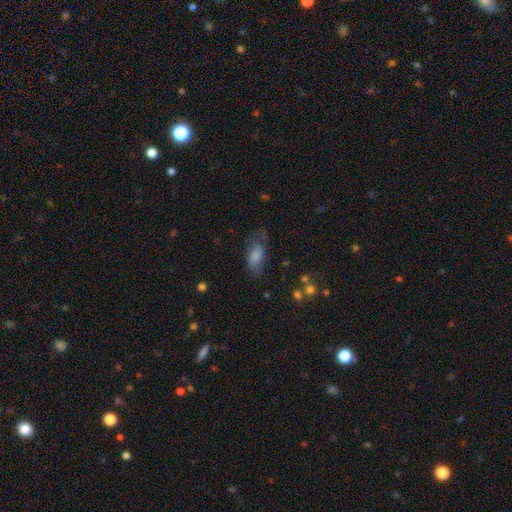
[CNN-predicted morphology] smooth-or-featured: smooth: 76% | featured or disk: 16% | star or artifact: 8%
  how-rounded: in between: 88% | cigar-shaped: 8% | round: 3%
  merging: none: 50% | minor disturbance: 29% | major disturbance: 19% | merger: 2%